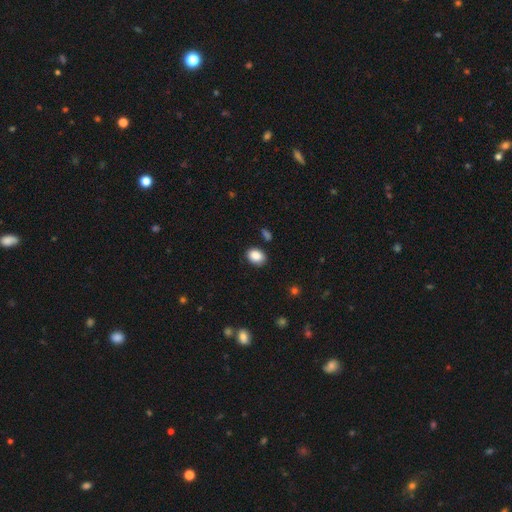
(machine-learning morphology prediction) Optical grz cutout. It shows a smooth galaxy with no disk features (87%) that is in between round and cigar-shaped (62%). Merging: none (83%).